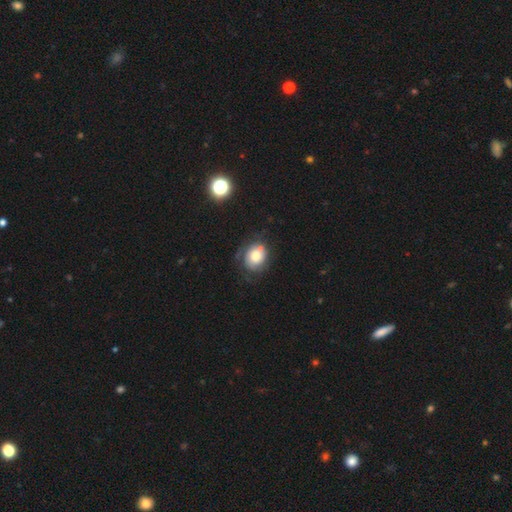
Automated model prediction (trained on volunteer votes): A smooth galaxy with no disk features (51%) that is round (66%). Merging: none (58%).